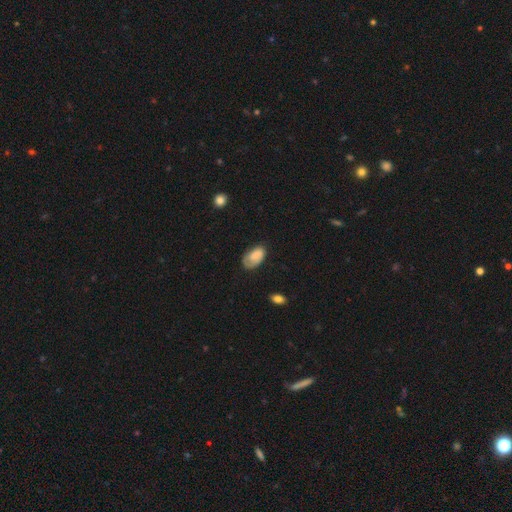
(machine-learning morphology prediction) Smooth or featured? smooth (74%)
How rounded? in between (94%)
Merging? none (57%)